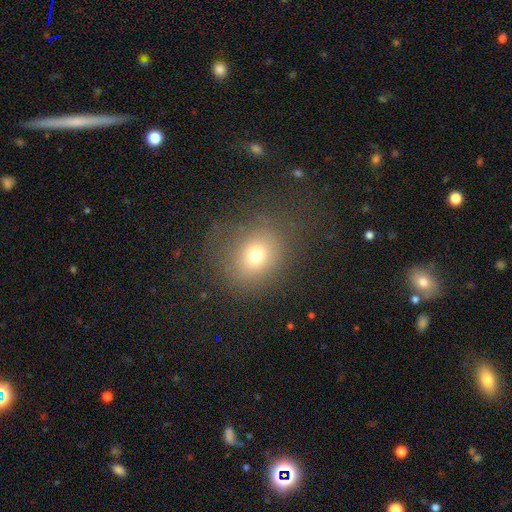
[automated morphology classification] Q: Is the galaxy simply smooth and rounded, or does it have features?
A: smooth — 69%.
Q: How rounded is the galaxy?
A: round — 71%.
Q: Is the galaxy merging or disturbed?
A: none — 69%.